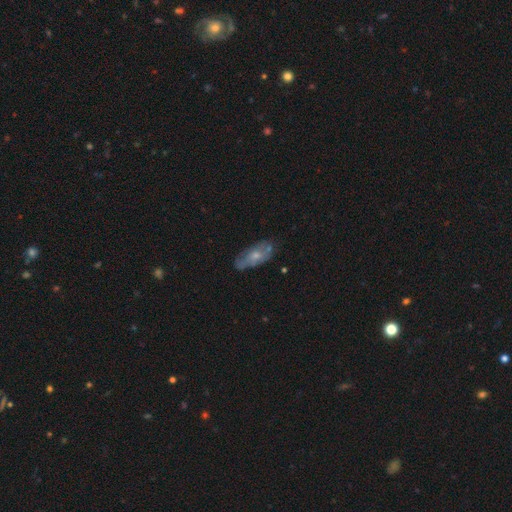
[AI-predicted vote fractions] A featured or disk galaxy (49%).

Vote fractions:
- Smooth or featured? featured or disk: 49% / smooth: 44% / star or artifact: 7%
- Merging? none: 62% / minor disturbance: 27% / major disturbance: 8% / merger: 3%